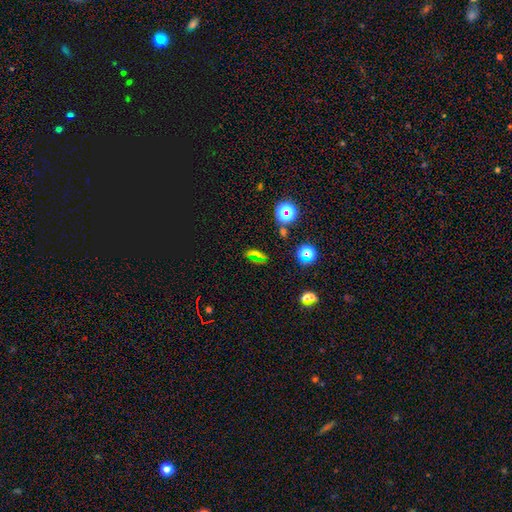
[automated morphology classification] This appears to be a star or artifact, not a galaxy (46%).